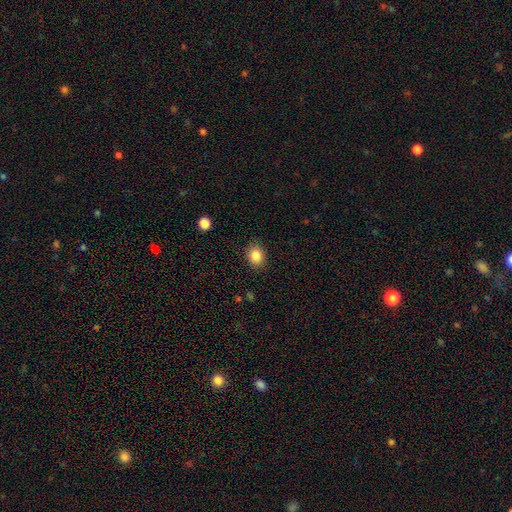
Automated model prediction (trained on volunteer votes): Q: Smooth or featured?
A: smooth (86%); runner-up: star or artifact (9%)
Q: How rounded?
A: round (52%); runner-up: in between (47%)
Q: Merging?
A: none (87%); runner-up: minor disturbance (9%)